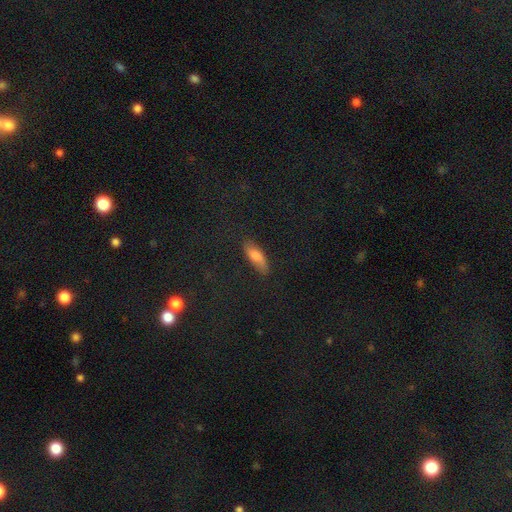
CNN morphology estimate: Q: Smooth or featured?
A: smooth (77%); runner-up: featured or disk (14%)
Q: How rounded?
A: in between (62%); runner-up: cigar-shaped (35%)
Q: Merging?
A: none (79%); runner-up: minor disturbance (15%)